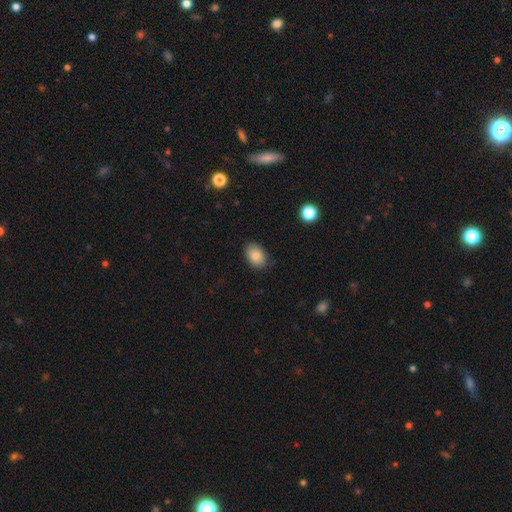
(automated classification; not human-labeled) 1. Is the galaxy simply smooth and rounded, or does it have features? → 85% smooth, 8% star or artifact, 7% featured or disk.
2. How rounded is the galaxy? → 84% in between, 15% round, 1% cigar-shaped.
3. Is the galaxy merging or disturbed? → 85% none, 11% minor disturbance, 2% major disturbance, 1% merger.